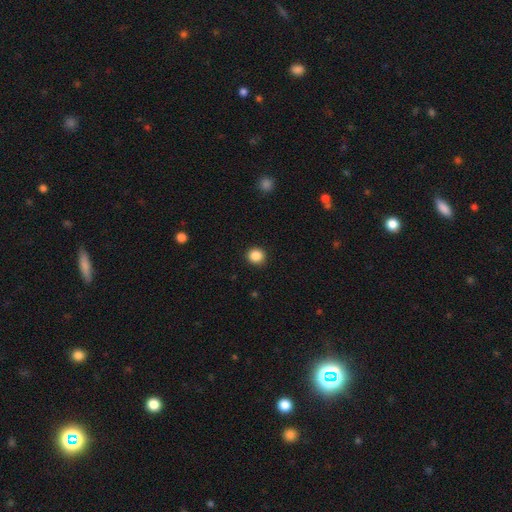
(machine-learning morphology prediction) smooth-or-featured: smooth: 87% | star or artifact: 10% | featured or disk: 3%
  how-rounded: round: 91% | in between: 8% | cigar-shaped: 1%
  merging: none: 91% | minor disturbance: 6% | major disturbance: 2% | merger: 1%